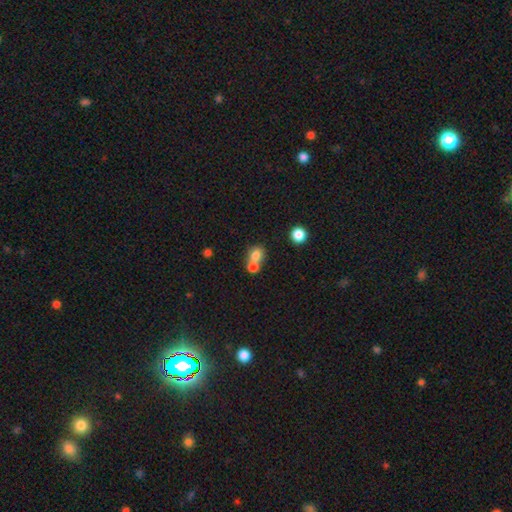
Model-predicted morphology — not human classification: Smooth or featured?
  - smooth: 78% *
  - star or artifact: 11%
  - featured or disk: 11%
How rounded?
  - round: 69% *
  - in between: 30%
  - cigar-shaped: 1%
Merging?
  - merger: 53% *
  - none: 38%
  - minor disturbance: 7%
  - major disturbance: 3%